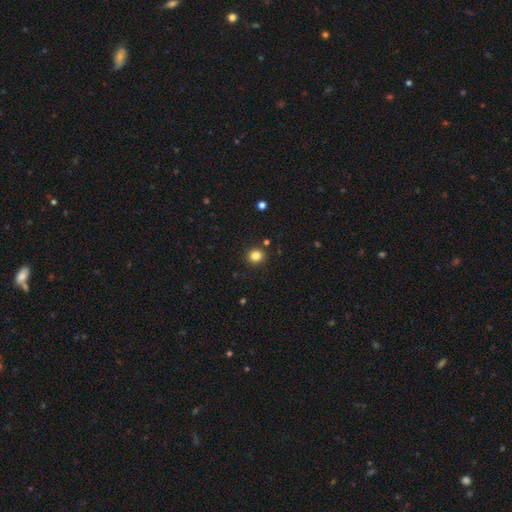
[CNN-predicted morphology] Overall: smooth (83%). How rounded: round (88%). Merging: none (91%).